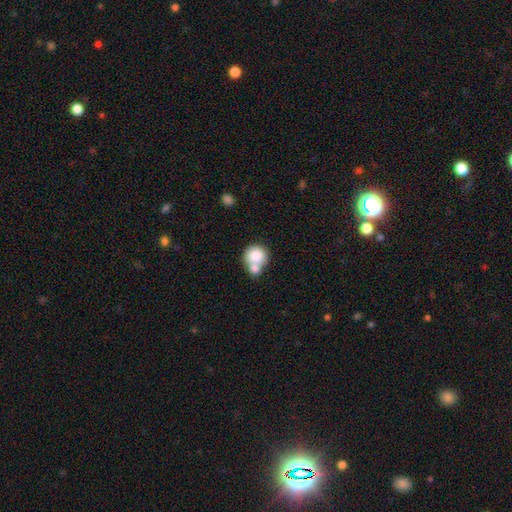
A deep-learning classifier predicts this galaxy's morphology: Smooth or featured? Predicted: smooth (p=0.79). How rounded? Predicted: round (p=0.83). Merging? Predicted: merger (p=0.54).